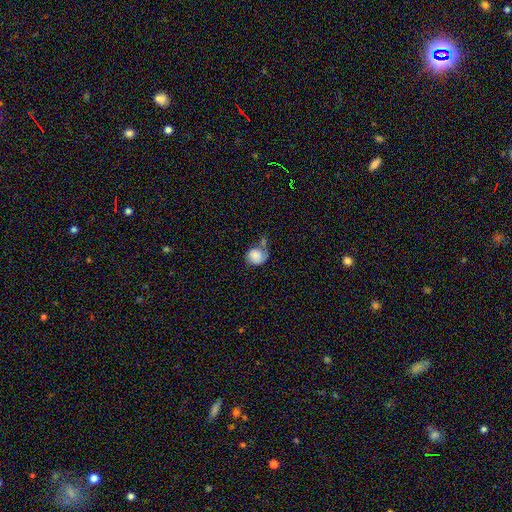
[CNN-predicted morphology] This appears to be a smooth galaxy with no disk features (62%) that is round (70%). Merging: none (33%).